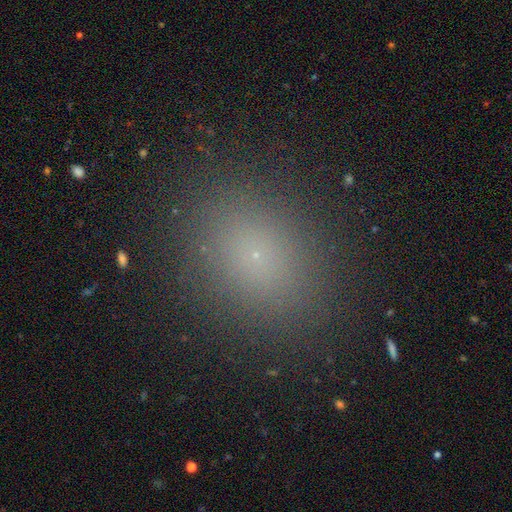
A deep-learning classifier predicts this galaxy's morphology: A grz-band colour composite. It shows a smooth galaxy with no disk features (71%) that is in between round and cigar-shaped (53%). Merging: none (88%).